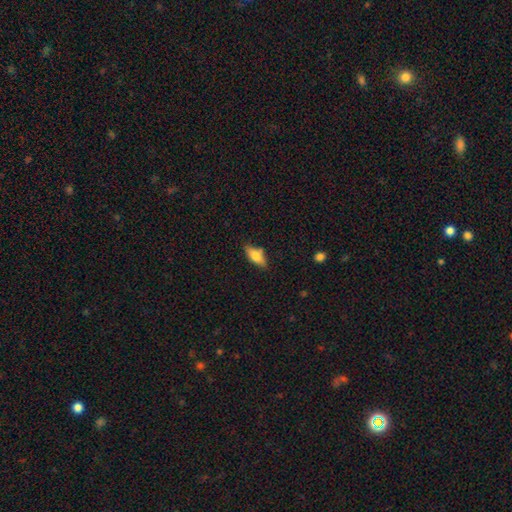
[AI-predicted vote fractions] The model was most divided on "smooth or featured": smooth: 67%, featured or disk: 26%, star or artifact: 7%. More confident: merging — none (77%); how rounded — in between (73%).